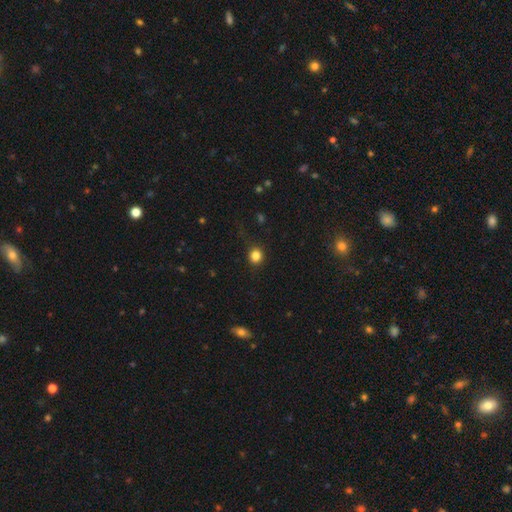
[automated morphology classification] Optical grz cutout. It shows a smooth galaxy with no disk features (83%) that is round (88%). Merging: none (85%).